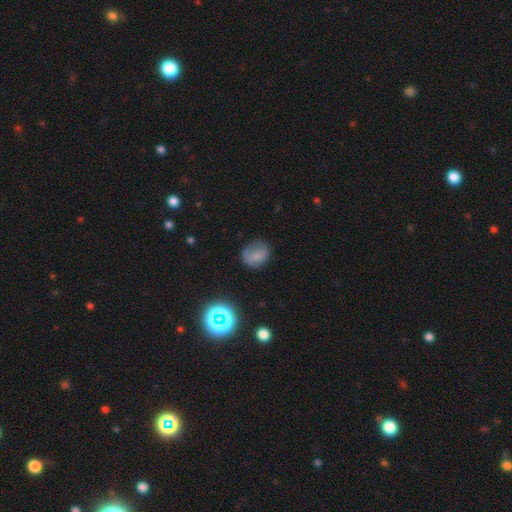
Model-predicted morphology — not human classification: smooth-or-featured: smooth: 69% | featured or disk: 16% | star or artifact: 15%
  how-rounded: round: 60% | in between: 38% | cigar-shaped: 1%
  merging: none: 61% | minor disturbance: 25% | major disturbance: 12% | merger: 2%